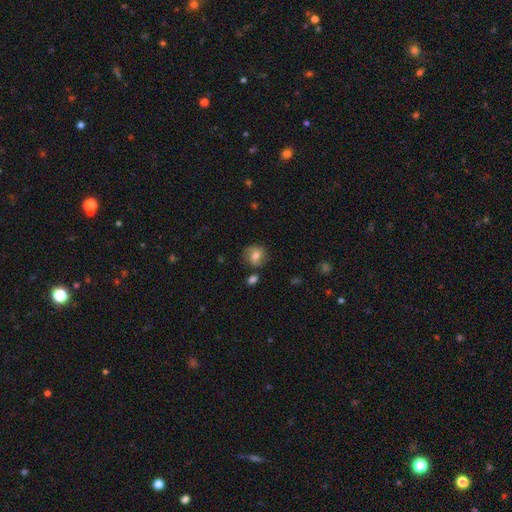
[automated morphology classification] smooth-or-featured: smooth: 47% | featured or disk: 44% | star or artifact: 9%
  merging: none: 72% | minor disturbance: 17% | major disturbance: 6% | merger: 5%